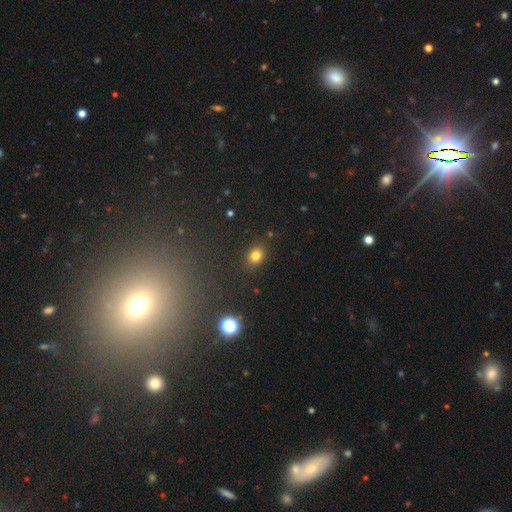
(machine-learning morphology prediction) Smooth or featured?
  - smooth: 80% *
  - star or artifact: 14%
  - featured or disk: 6%
How rounded?
  - round: 51% *
  - in between: 47%
  - cigar-shaped: 1%
Merging?
  - none: 86% *
  - minor disturbance: 9%
  - major disturbance: 3%
  - merger: 2%